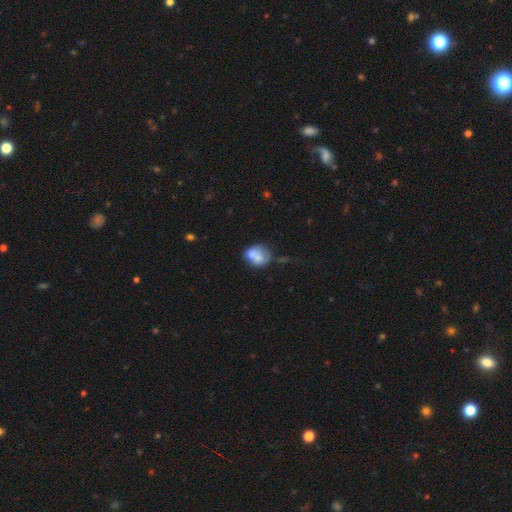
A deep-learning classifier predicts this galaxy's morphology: This is likely a smooth galaxy (70%). How rounded: possibly round (52%). Merging: marginally merger (44%).